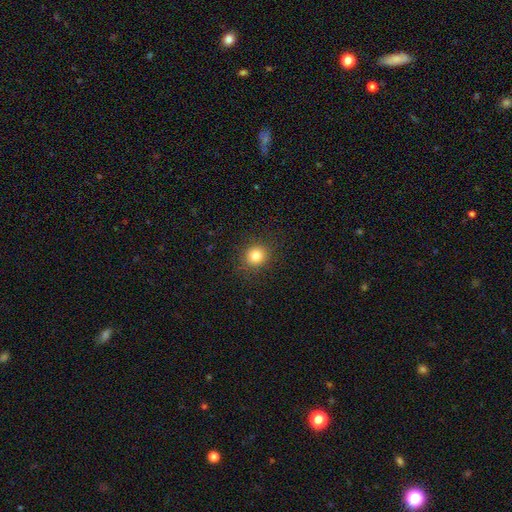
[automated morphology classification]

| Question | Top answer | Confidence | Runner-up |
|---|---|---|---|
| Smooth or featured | smooth | 82% | star or artifact (12%) |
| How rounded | round | 87% | in between (12%) |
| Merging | none | 89% | minor disturbance (7%) |